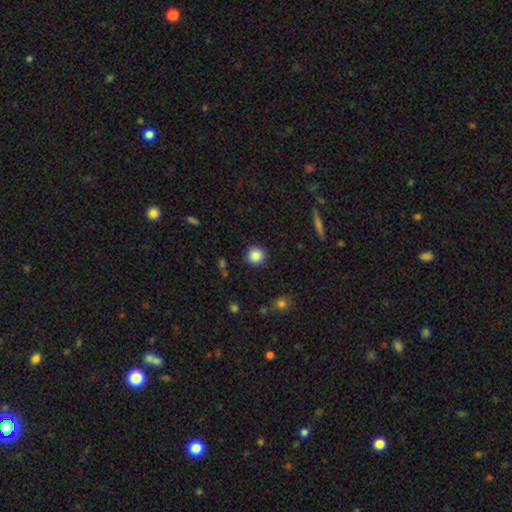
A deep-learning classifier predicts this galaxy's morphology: A smooth galaxy with no disk features (86%) that is round (94%). Merging: none (90%).